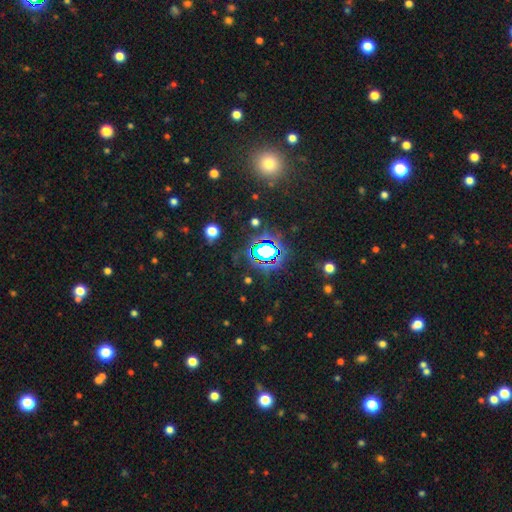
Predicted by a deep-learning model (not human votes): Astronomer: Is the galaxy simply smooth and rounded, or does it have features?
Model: star or artifact — 75%.